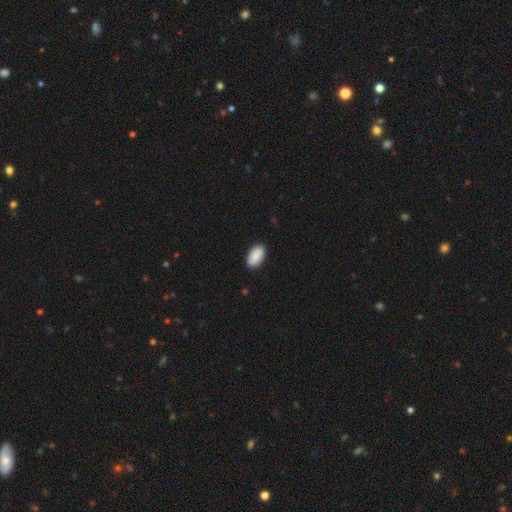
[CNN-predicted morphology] A smooth galaxy with no disk features (90%) that is in between round and cigar-shaped (95%).

Vote fractions:
- Smooth or featured? smooth: 90% / star or artifact: 6% / featured or disk: 4%
- How rounded? in between: 95% / round: 3% / cigar-shaped: 2%
- Merging? none: 89% / minor disturbance: 8% / major disturbance: 2% / merger: 1%